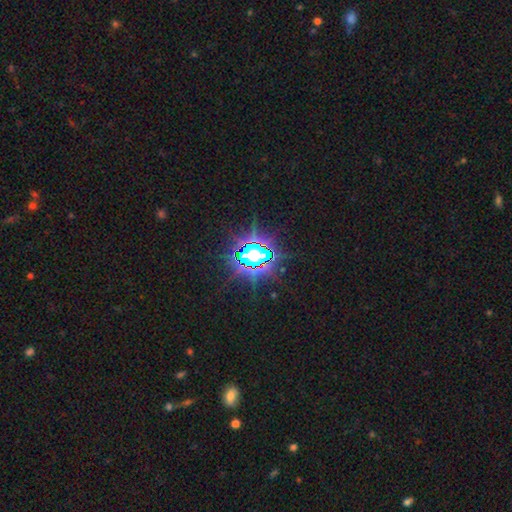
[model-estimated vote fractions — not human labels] Smooth or featured? Predicted: star or artifact (p=0.79).